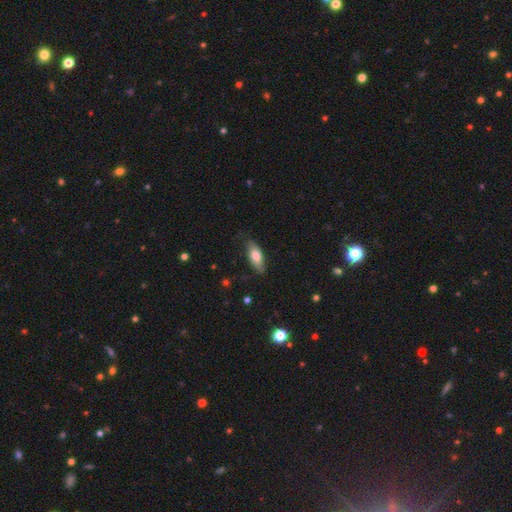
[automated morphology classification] smooth_or_featured: smooth (p=0.73) [alt: featured or disk p=0.21]
how_rounded: in between (p=0.74) [alt: cigar-shaped p=0.23]
merging: none (p=0.76) [alt: minor disturbance p=0.19]